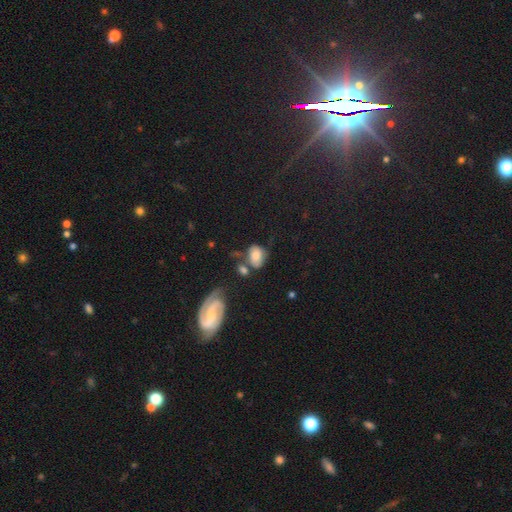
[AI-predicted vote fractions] Smooth or featured: smooth — 67% (featured or disk — 23%)
How rounded: in between — 67% (round — 32%)
Merging: none — 44% (minor disturbance — 25%)